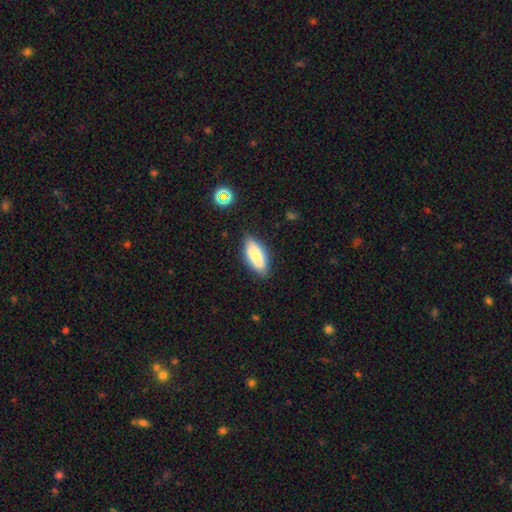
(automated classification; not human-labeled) A smooth galaxy with no disk features (81%) that is in between round and cigar-shaped (82%).

Vote fractions:
- Smooth or featured? smooth: 81% / featured or disk: 13% / star or artifact: 7%
- How rounded? in between: 82% / cigar-shaped: 16% / round: 2%
- Merging? none: 81% / minor disturbance: 14% / major disturbance: 3% / merger: 2%